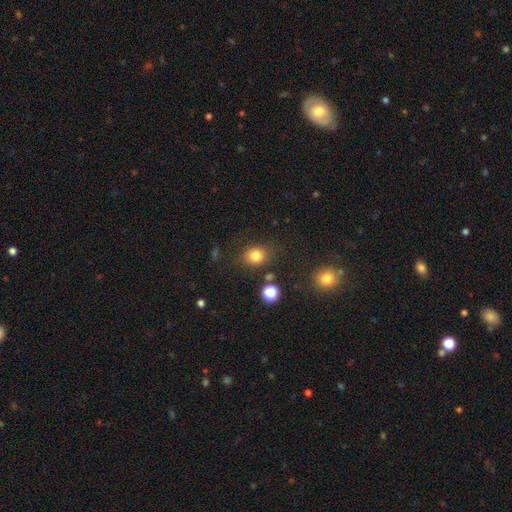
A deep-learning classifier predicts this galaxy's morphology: The model was most divided on "how rounded": round: 65%, in between: 34%, cigar-shaped: 1%. More confident: smooth or featured — smooth (80%); merging — none (79%).